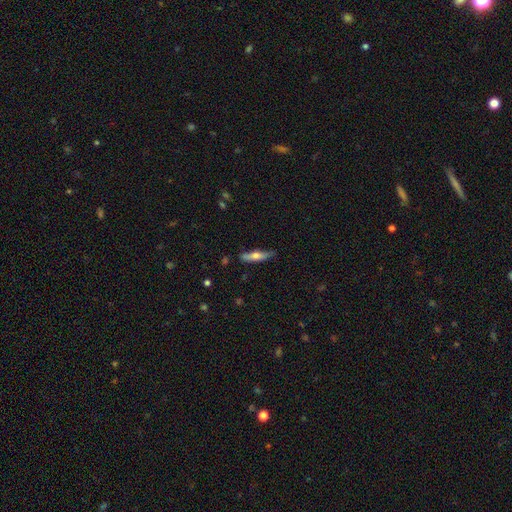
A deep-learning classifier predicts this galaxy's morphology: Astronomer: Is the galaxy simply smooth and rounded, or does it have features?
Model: smooth — 50% (runner-up: featured or disk, 44%).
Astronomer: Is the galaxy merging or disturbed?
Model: none — 79%.